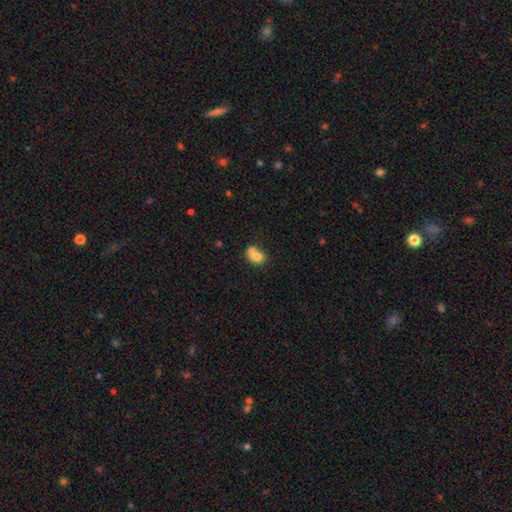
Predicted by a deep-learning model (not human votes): The model was most divided on "merging": merger: 51%, none: 29%, minor disturbance: 13%, major disturbance: 6%. More confident: smooth or featured — smooth (75%); how rounded — in between (61%).